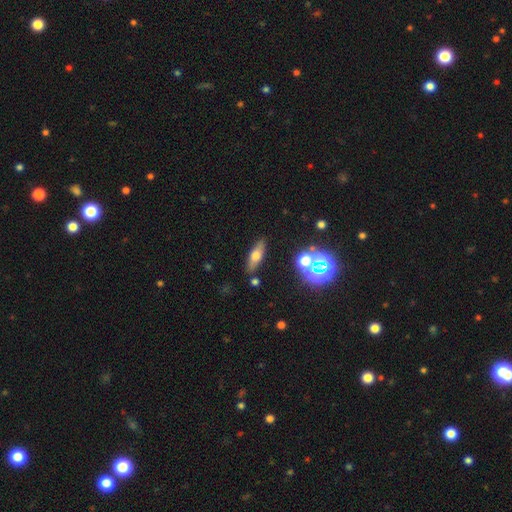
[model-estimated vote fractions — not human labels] A smooth galaxy with no disk features (55%) that is in between round and cigar-shaped (57%).

Vote fractions:
- Smooth or featured? smooth: 55% / featured or disk: 31% / star or artifact: 13%
- How rounded? in between: 57% / cigar-shaped: 37% / round: 5%
- Merging? none: 83% / minor disturbance: 10% / merger: 4% / major disturbance: 3%